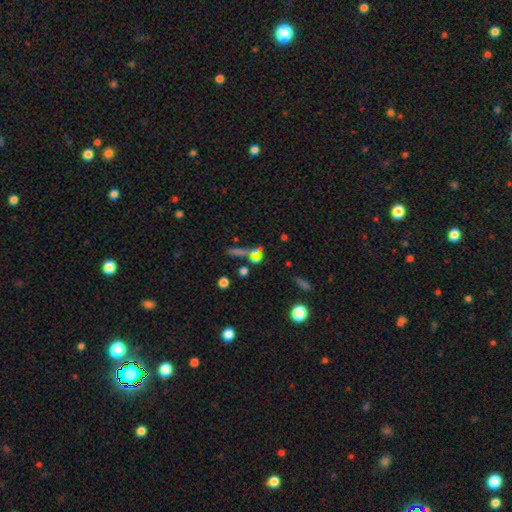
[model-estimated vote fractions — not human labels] Smooth or featured?
  - smooth: 51% *
  - star or artifact: 26%
  - featured or disk: 23%
How rounded?
  - round: 38% *
  - cigar-shaped: 35%
  - in between: 28%
Merging?
  - none: 46% *
  - merger: 35%
  - minor disturbance: 10%
  - major disturbance: 9%